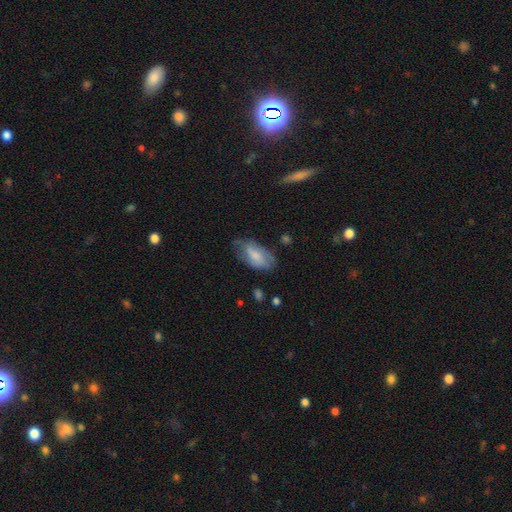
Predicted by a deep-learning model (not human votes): This appears to be a smooth galaxy with no disk features (66%) that is in between round and cigar-shaped (92%). Merging: none (54%).